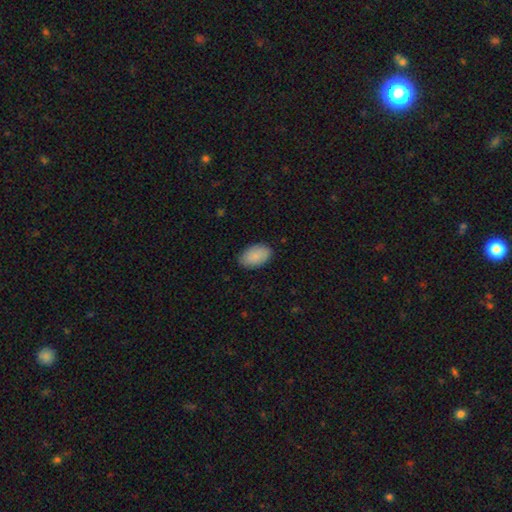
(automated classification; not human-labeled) Overall: smooth (89%). How rounded: in between (94%). Merging: none (86%).